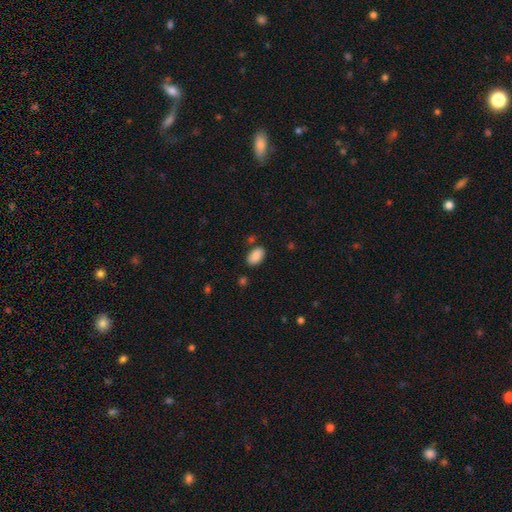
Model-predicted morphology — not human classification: Smooth or featured?
  - smooth: 88% *
  - star or artifact: 7%
  - featured or disk: 4%
How rounded?
  - in between: 93% *
  - round: 6%
  - cigar-shaped: 2%
Merging?
  - none: 80% *
  - minor disturbance: 13%
  - merger: 5%
  - major disturbance: 3%